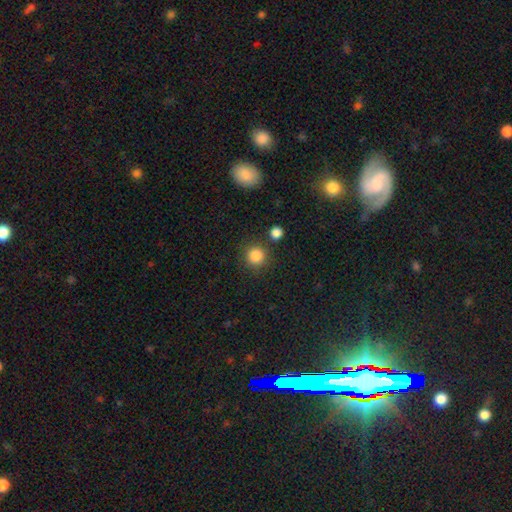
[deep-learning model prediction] Smooth or featured?
  - smooth: 85% *
  - star or artifact: 11%
  - featured or disk: 4%
How rounded?
  - round: 93% *
  - in between: 6%
  - cigar-shaped: 1%
Merging?
  - none: 83% *
  - minor disturbance: 8%
  - merger: 6%
  - major disturbance: 3%